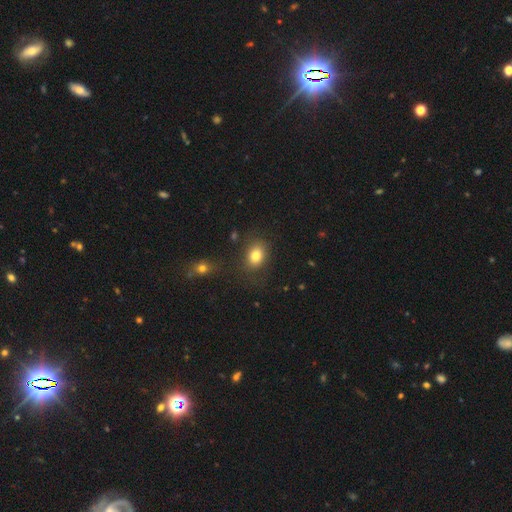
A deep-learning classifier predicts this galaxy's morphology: This appears to be a smooth galaxy with no disk features (80%) that is in between round and cigar-shaped (61%). Merging: none (78%).